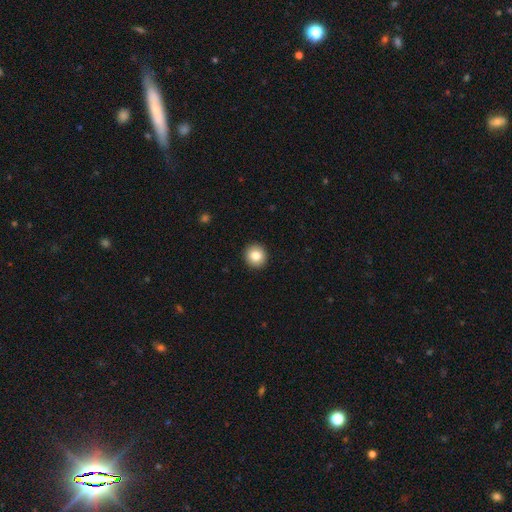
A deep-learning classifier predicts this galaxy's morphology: The model was most divided on "smooth or featured": smooth: 83%, star or artifact: 9%, featured or disk: 8%. More confident: merging — none (93%); how rounded — round (93%).